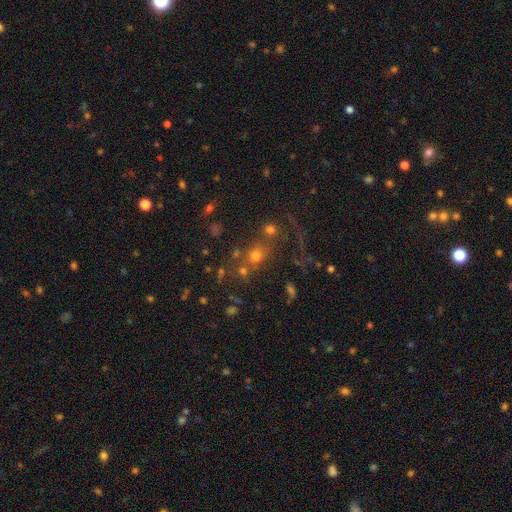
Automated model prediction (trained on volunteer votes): Smooth or featured? Predicted: smooth (p=0.58). How rounded? Predicted: round (p=0.81). Merging? Predicted: none (p=0.62).